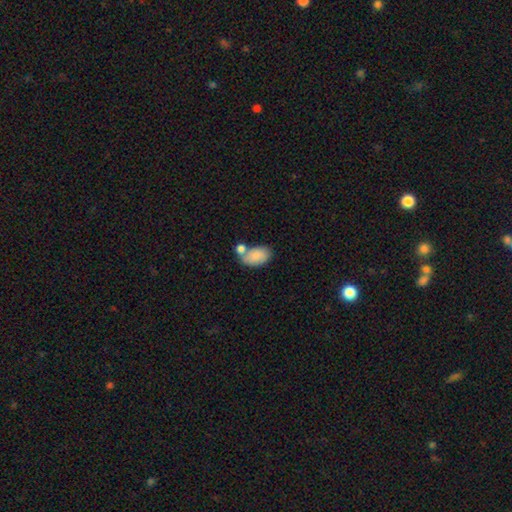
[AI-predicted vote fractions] Smooth or featured? smooth (84%)
How rounded? in between (91%)
Merging? none (44%)